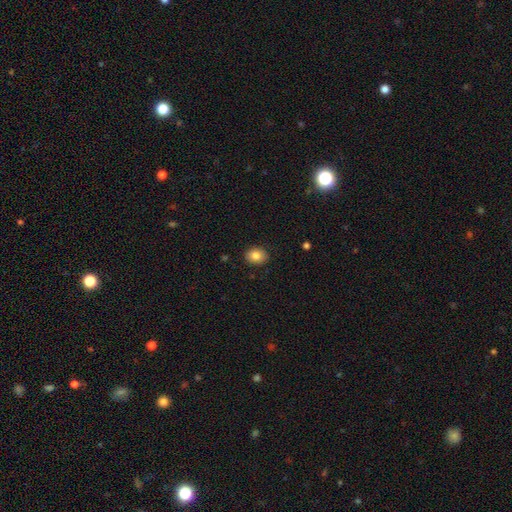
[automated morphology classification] smooth 83%, star or artifact 9%, featured or disk 7%. Down the decision tree: how rounded — in between (51%); merging — none (89%).